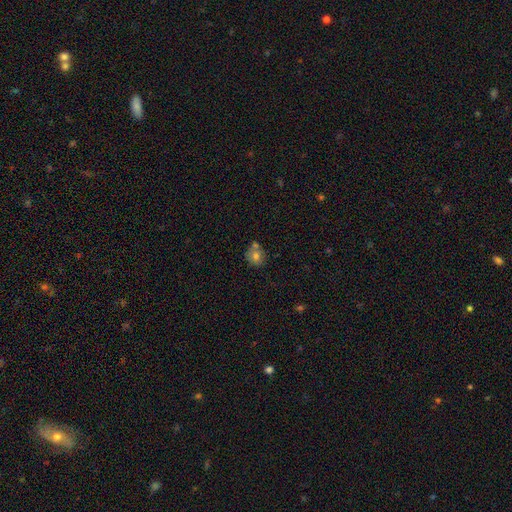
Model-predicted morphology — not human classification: This appears to be a smooth galaxy with no disk features (72%) that is round (79%). Merging: none (55%).